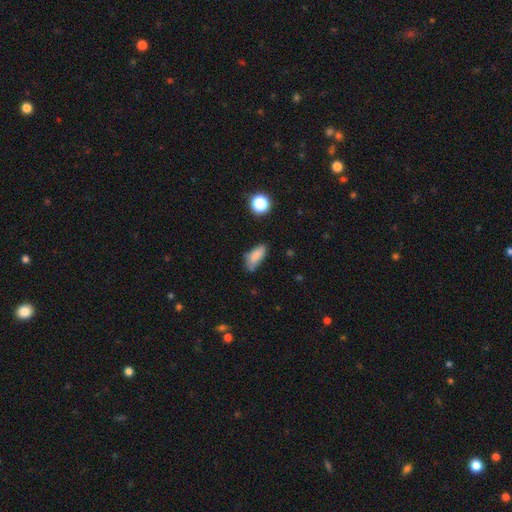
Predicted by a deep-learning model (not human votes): This appears to be a smooth galaxy with no disk features (80%) that is in between round and cigar-shaped (83%). Merging: none (55%).